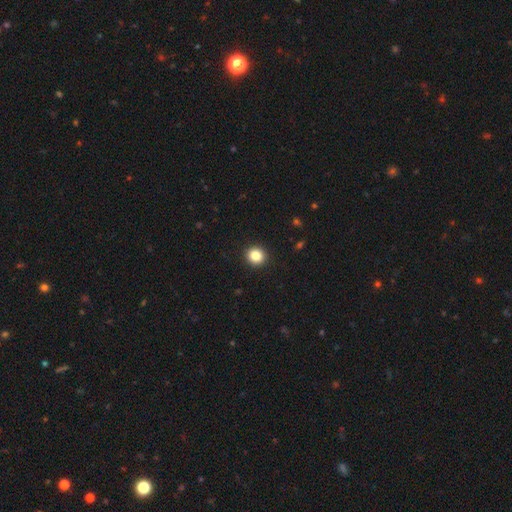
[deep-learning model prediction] Smooth or featured?
  - smooth: 86% *
  - star or artifact: 10%
  - featured or disk: 4%
How rounded?
  - round: 90% *
  - in between: 10%
  - cigar-shaped: 1%
Merging?
  - none: 93% *
  - minor disturbance: 5%
  - major disturbance: 2%
  - merger: 1%